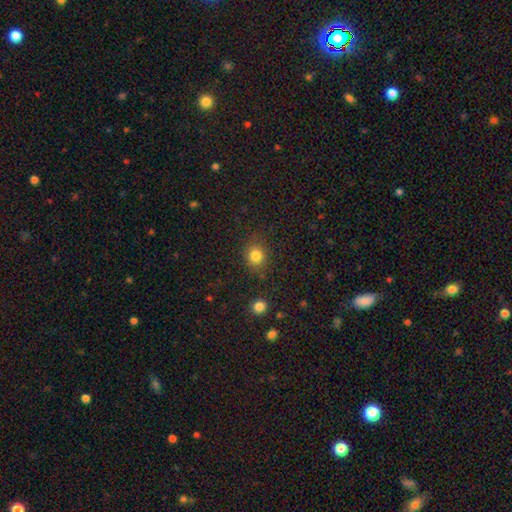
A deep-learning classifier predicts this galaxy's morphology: smooth-or-featured: smooth: 82% | star or artifact: 13% | featured or disk: 5%
  how-rounded: round: 80% | in between: 19% | cigar-shaped: 1%
  merging: none: 82% | minor disturbance: 11% | major disturbance: 4% | merger: 2%